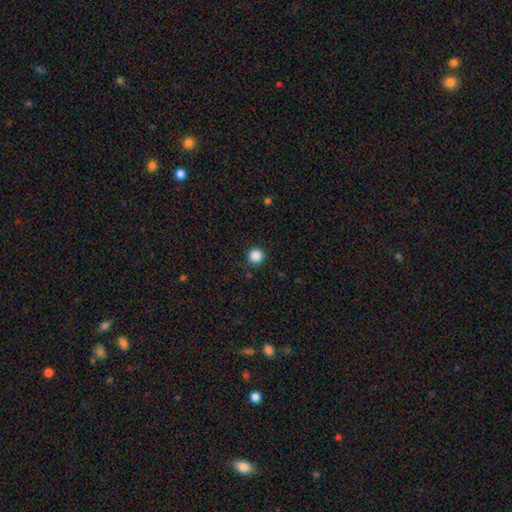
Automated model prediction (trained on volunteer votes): This appears to be a smooth galaxy with no disk features (87%) that is round (96%). Merging: none (91%).